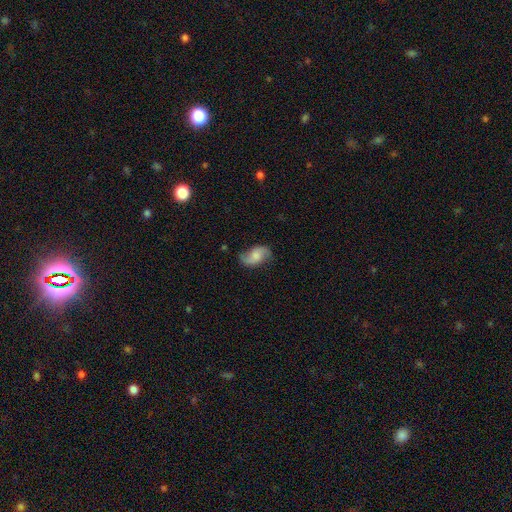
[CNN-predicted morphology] Smooth or featured? featured or disk (57%)
Edge-on disk? no (96%)
Bar? no (57%)
Spiral arms? yes (92%)
Spiral winding? loose (65%)
Spiral arm count? 2 (88%)
Bulge size? moderate (36%)
Merging? none (71%)